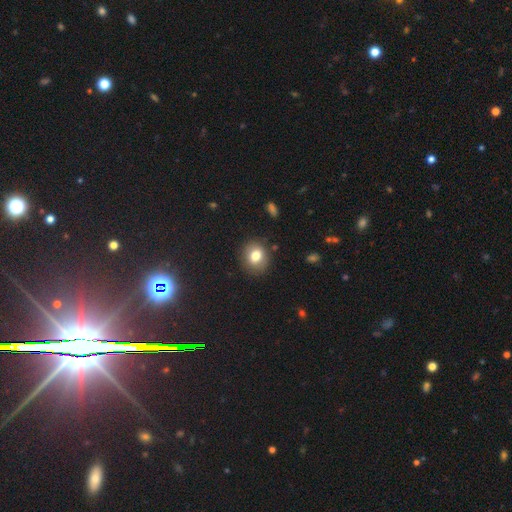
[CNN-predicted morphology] smooth-or-featured: smooth: 78% | featured or disk: 12% | star or artifact: 11%
  how-rounded: round: 66% | in between: 33% | cigar-shaped: 1%
  merging: none: 84% | minor disturbance: 11% | major disturbance: 3% | merger: 2%